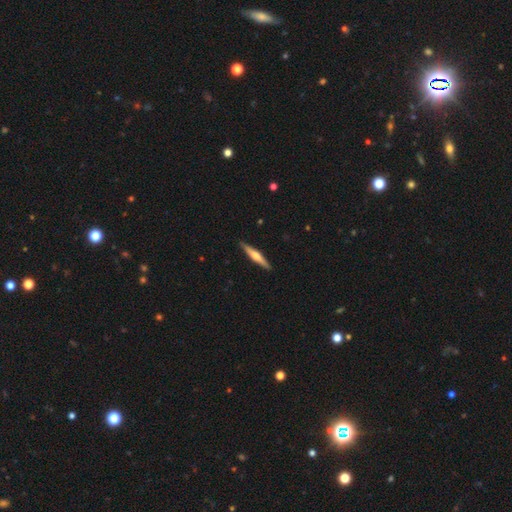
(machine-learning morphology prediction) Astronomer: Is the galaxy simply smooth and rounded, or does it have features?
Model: featured or disk — 61%.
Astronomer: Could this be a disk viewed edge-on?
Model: yes — 97%.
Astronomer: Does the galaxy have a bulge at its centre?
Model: rounded — 83%.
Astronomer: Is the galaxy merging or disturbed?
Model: none — 91%.